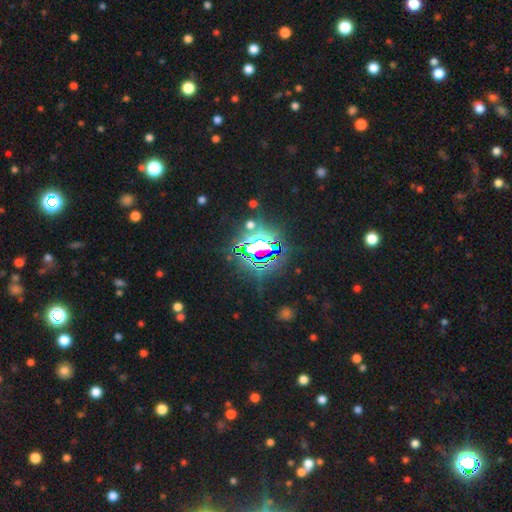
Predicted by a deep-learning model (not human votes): Smooth or featured? Predicted: star or artifact (p=0.82).